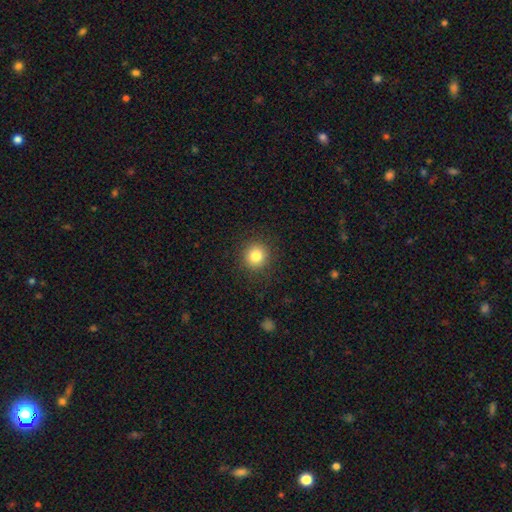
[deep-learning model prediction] smooth 82%, star or artifact 12%, featured or disk 6%. Down the decision tree: how rounded — round (93%); merging — none (90%).